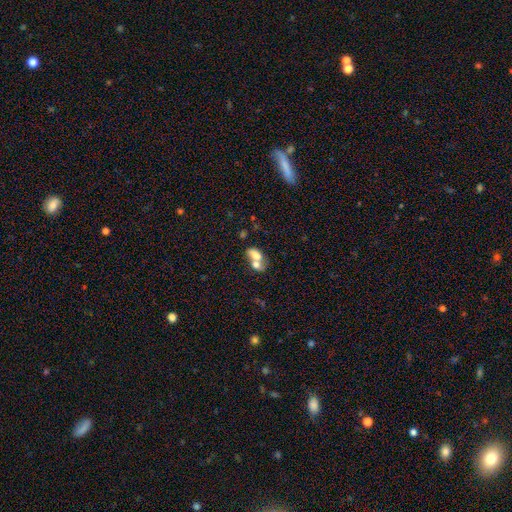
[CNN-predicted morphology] A smooth galaxy with no disk features (70%) that is in between round and cigar-shaped (82%).

Vote fractions:
- Smooth or featured? smooth: 70% / featured or disk: 22% / star or artifact: 9%
- How rounded? in between: 82% / round: 14% / cigar-shaped: 4%
- Merging? merger: 70% / none: 18% / minor disturbance: 7% / major disturbance: 6%